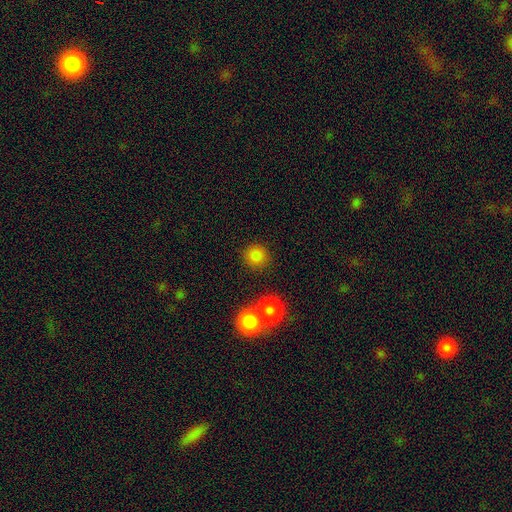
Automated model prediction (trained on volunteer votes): A smooth galaxy with no disk features (83%) that is round (92%).

Vote fractions:
- Smooth or featured? smooth: 83% / star or artifact: 12% / featured or disk: 5%
- How rounded? round: 92% / in between: 7% / cigar-shaped: 1%
- Merging? none: 81% / merger: 10% / minor disturbance: 6% / major disturbance: 3%